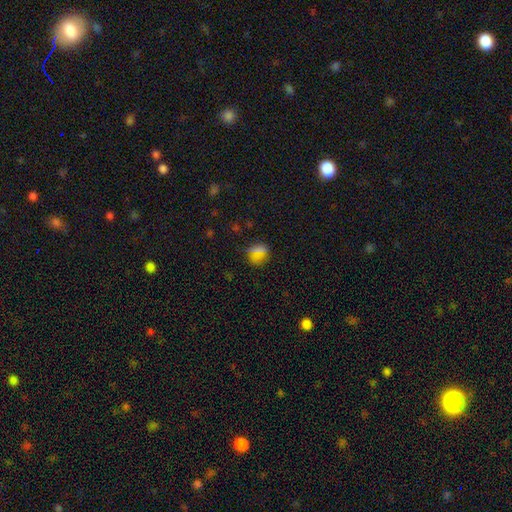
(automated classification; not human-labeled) Q: Smooth or featured?
A: smooth (66%); runner-up: star or artifact (27%)
Q: How rounded?
A: round (79%); runner-up: in between (18%)
Q: Merging?
A: none (80%); runner-up: minor disturbance (12%)